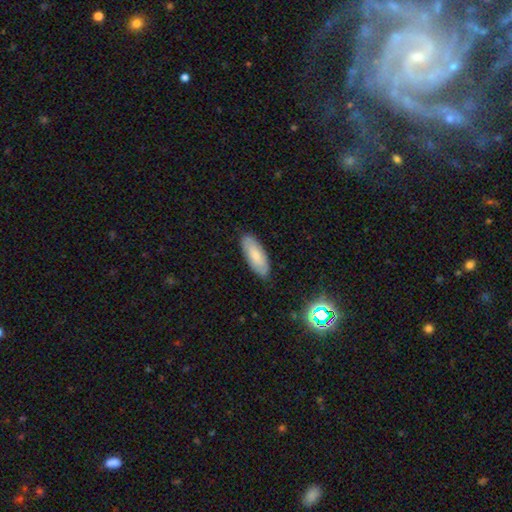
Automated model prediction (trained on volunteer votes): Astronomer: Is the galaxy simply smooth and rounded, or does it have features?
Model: smooth — 70%.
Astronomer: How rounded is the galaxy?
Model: in between — 77%.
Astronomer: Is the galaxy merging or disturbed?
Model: none — 84%.